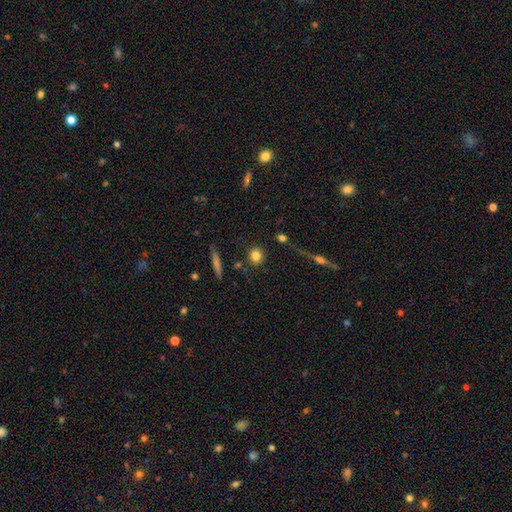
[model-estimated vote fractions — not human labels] Smooth or featured? smooth (81%)
How rounded? round (79%)
Merging? none (84%)